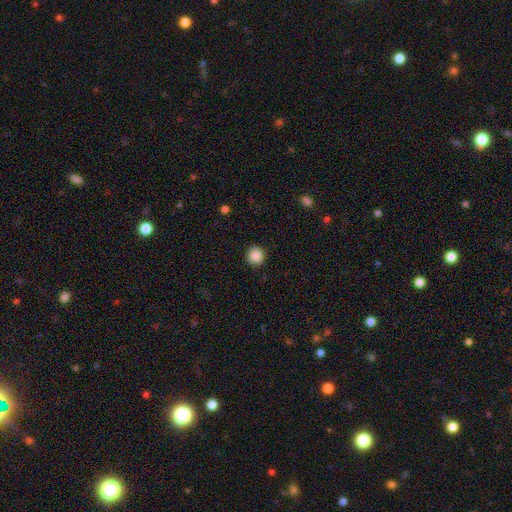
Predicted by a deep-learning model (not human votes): The model was most divided on "smooth or featured": smooth: 88%, star or artifact: 9%, featured or disk: 3%. More confident: how rounded — round (94%); merging — none (92%).